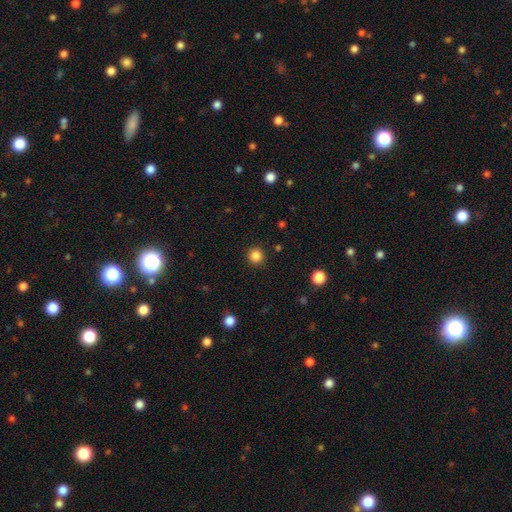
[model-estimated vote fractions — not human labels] Smooth or featured? Predicted: smooth (p=0.84). How rounded? Predicted: round (p=0.94). Merging? Predicted: none (p=0.91).